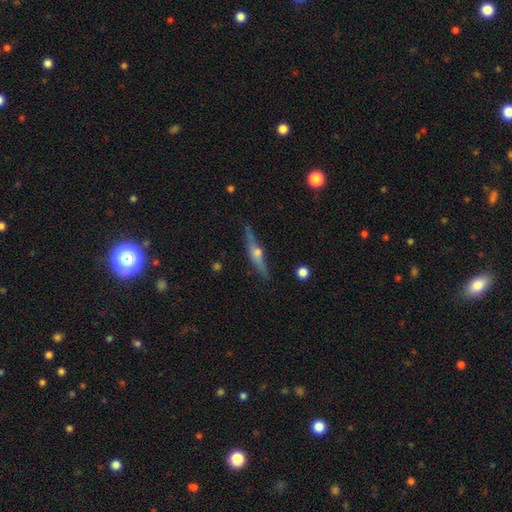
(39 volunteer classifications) Smooth or featured: featured or disk — 74% (smooth — 18%)
Edge-on disk: yes — 90% (no — 10%)
Edge-on bulge: rounded — 92% (none — 8%)
Merging: none — 75% (minor disturbance — 19%)